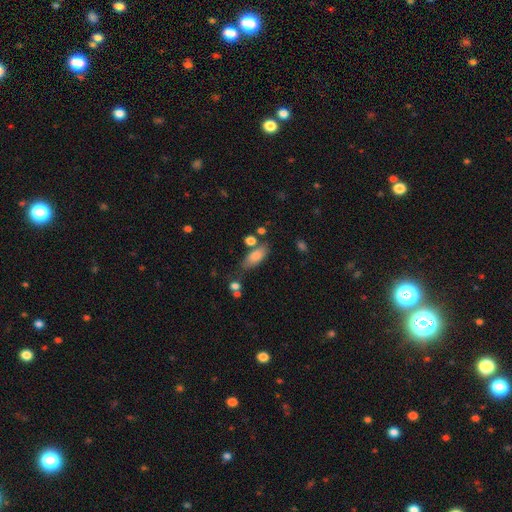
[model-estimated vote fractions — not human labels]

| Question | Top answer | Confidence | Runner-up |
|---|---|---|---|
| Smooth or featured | smooth | 81% | featured or disk (11%) |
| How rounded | in between | 80% | cigar-shaped (17%) |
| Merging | none | 64% | minor disturbance (18%) |